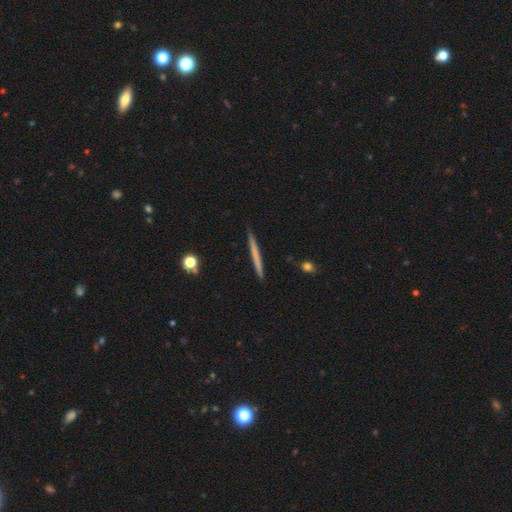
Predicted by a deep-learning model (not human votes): This is possibly a smooth galaxy (56%). How rounded: clearly cigar-shaped (97%). Merging: clearly none (91%).